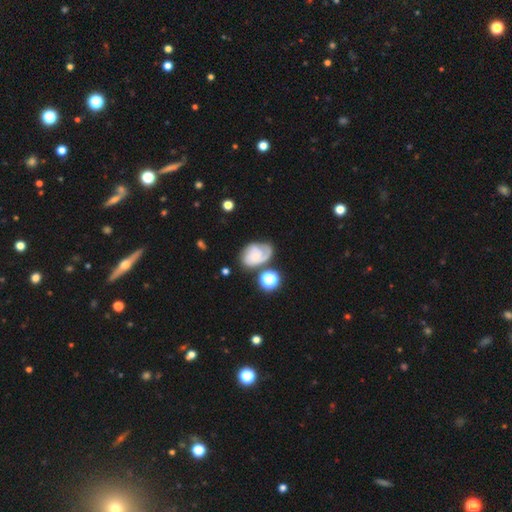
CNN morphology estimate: This is likely a featured or disk galaxy (62%). It is clearly not viewed edge-on (97%). Bar: likely no (74%). Spiral arm pattern: clearly yes (89%). Spiral arm count: marginally 1 (35%). Spiral winding: possibly tight (48%). Central bulge: possibly small (53%). Merging: possibly none (50%).